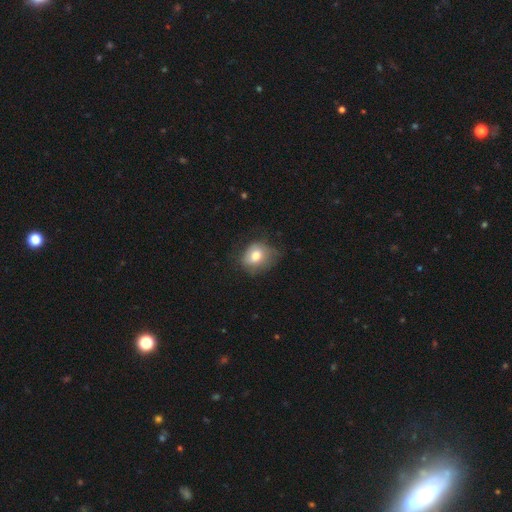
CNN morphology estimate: smooth-or-featured: smooth: 75% | featured or disk: 16% | star or artifact: 9%
  how-rounded: round: 53% | in between: 46% | cigar-shaped: 1%
  merging: none: 56% | minor disturbance: 30% | major disturbance: 12% | merger: 1%